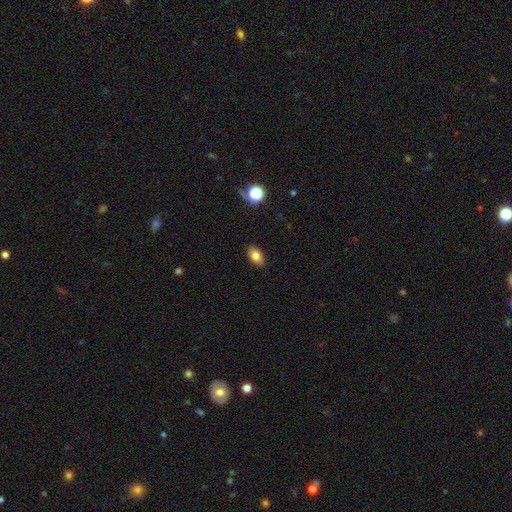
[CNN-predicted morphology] The model was most divided on "smooth or featured": smooth: 80%, star or artifact: 10%, featured or disk: 9%. More confident: how rounded — in between (88%); merging — none (88%).